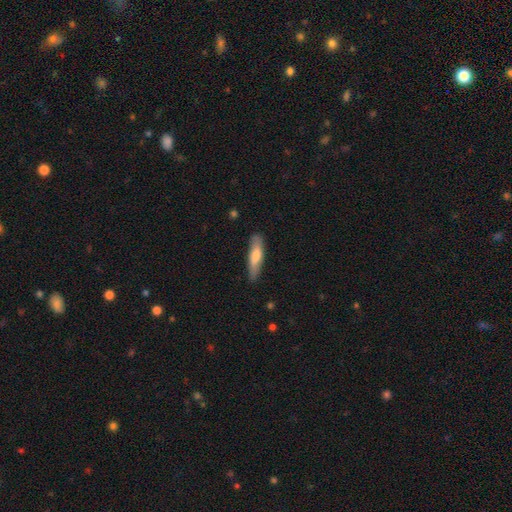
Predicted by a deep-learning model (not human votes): This is likely a smooth galaxy (68%). How rounded: likely cigar-shaped (73%). Merging: clearly none (81%).